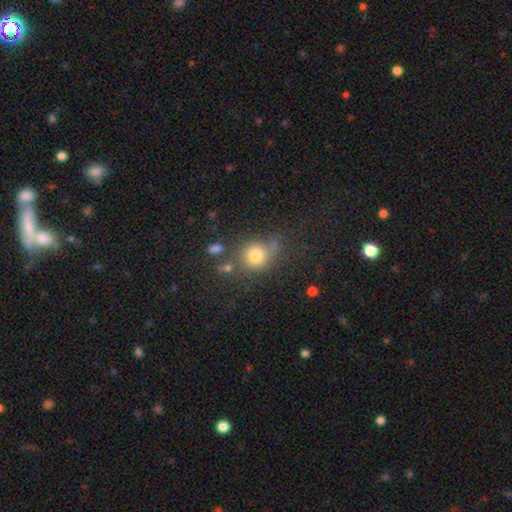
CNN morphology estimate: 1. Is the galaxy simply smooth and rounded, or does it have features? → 76% smooth, 13% star or artifact, 11% featured or disk.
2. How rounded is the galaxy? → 77% round, 21% in between, 1% cigar-shaped.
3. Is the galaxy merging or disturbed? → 56% none, 21% minor disturbance, 12% major disturbance, 10% merger.